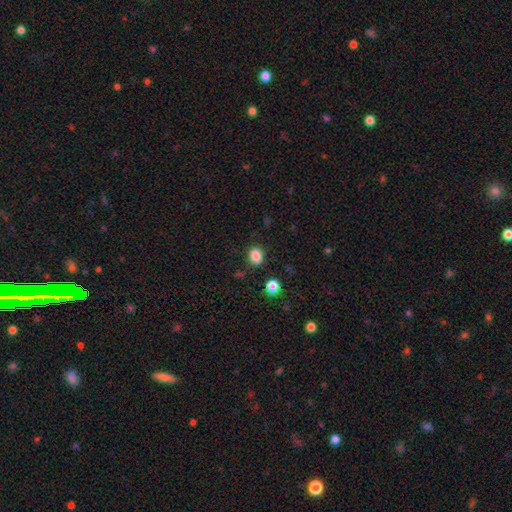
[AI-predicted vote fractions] Overall: smooth (85%). How rounded: in between (60%; round 39%). Merging: none (80%).